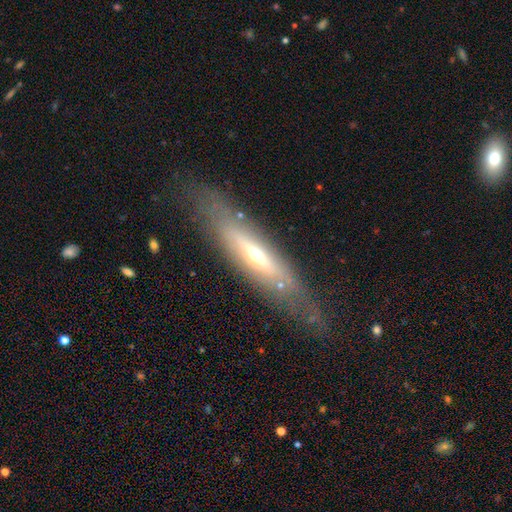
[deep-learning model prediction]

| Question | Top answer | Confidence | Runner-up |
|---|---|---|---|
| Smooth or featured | featured or disk | 65% | smooth (27%) |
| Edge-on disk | yes | 68% | no (32%) |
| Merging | none | 72% | minor disturbance (18%) |